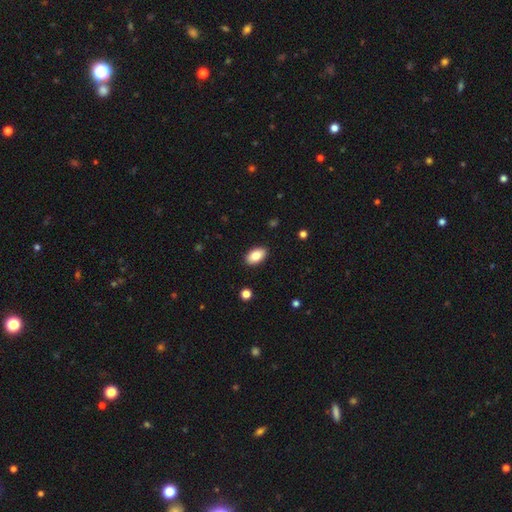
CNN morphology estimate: Smooth or featured? smooth (84%)
How rounded? in between (93%)
Merging? none (89%)